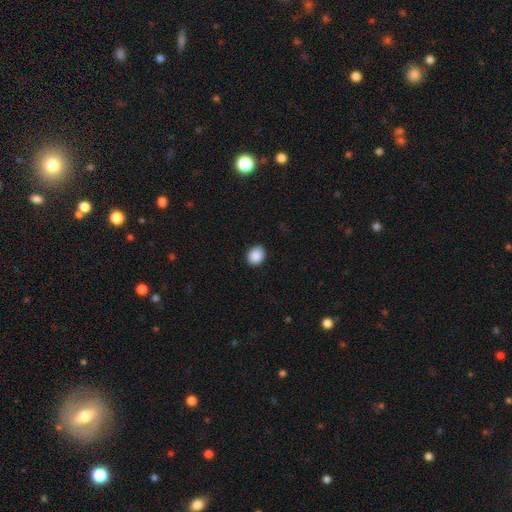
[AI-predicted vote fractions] smooth-or-featured: smooth: 90% | star or artifact: 8% | featured or disk: 3%
  how-rounded: round: 56% | in between: 43% | cigar-shaped: 1%
  merging: none: 90% | minor disturbance: 8% | major disturbance: 2% | merger: 1%